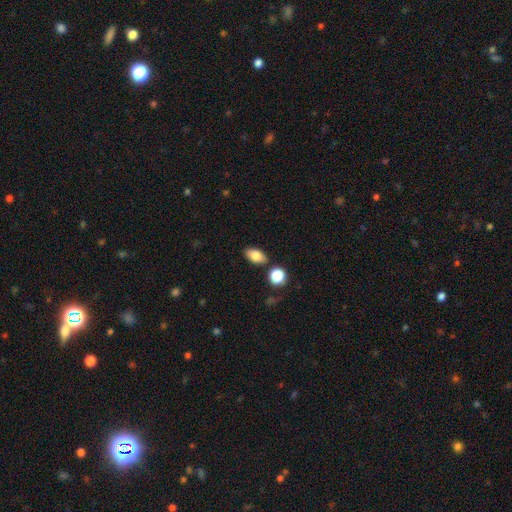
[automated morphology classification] Q: Smooth or featured?
A: smooth (82%); runner-up: featured or disk (10%)
Q: How rounded?
A: in between (89%); runner-up: round (8%)
Q: Merging?
A: none (83%); runner-up: minor disturbance (10%)